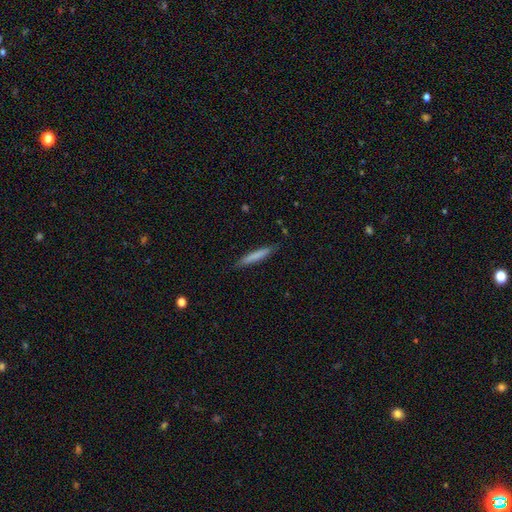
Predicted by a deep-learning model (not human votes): A smooth galaxy with no disk features (75%) that is cigar-shaped (94%). Merging: none (85%).